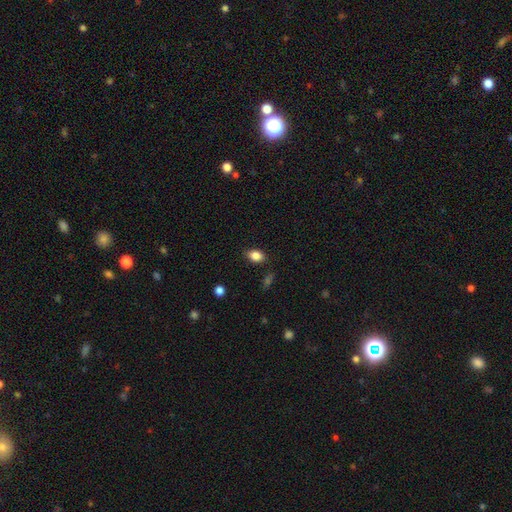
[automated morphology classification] The model was most divided on "how rounded": in between: 79%, round: 20%, cigar-shaped: 2%. More confident: smooth or featured — smooth (85%); merging — none (83%).